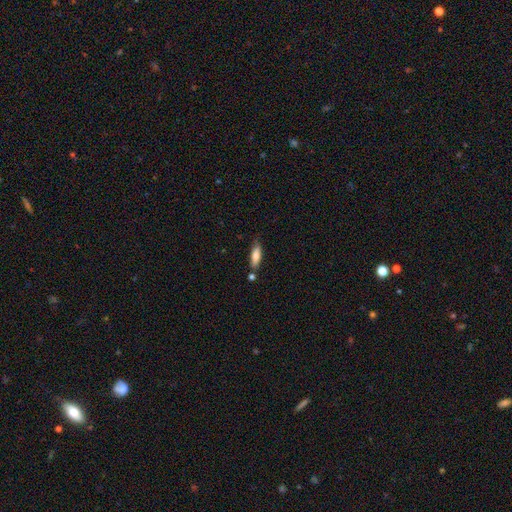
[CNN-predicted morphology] Smooth or featured? smooth (75%)
How rounded? in between (49%, tied with cigar-shaped)
Merging? none (71%)